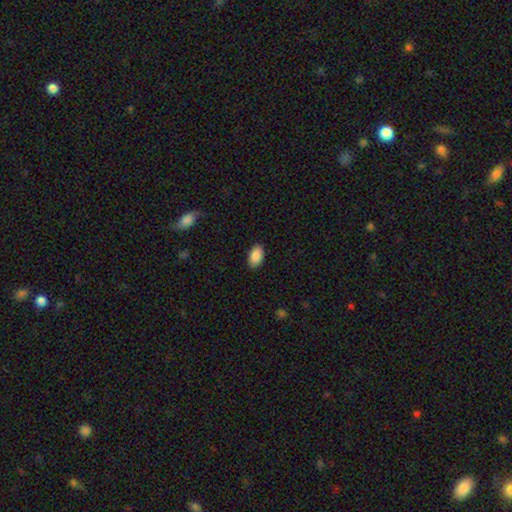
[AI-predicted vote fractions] Q: Smooth or featured?
A: smooth (89%); runner-up: star or artifact (7%)
Q: How rounded?
A: in between (93%); runner-up: round (6%)
Q: Merging?
A: none (87%); runner-up: minor disturbance (10%)